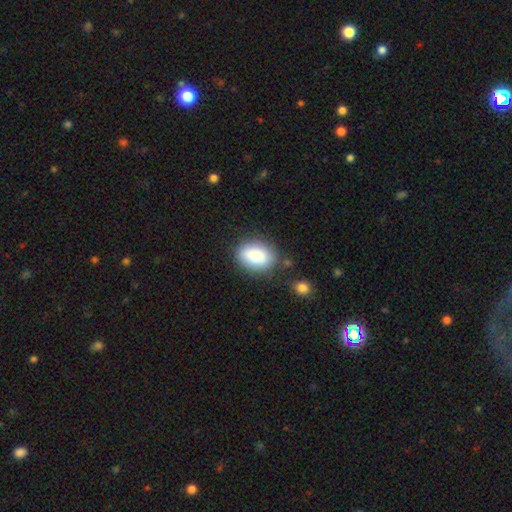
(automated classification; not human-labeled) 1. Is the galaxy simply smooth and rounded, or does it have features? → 87% smooth, 7% star or artifact, 6% featured or disk.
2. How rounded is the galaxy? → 80% in between, 19% round, 1% cigar-shaped.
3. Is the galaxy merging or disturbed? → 77% none, 14% minor disturbance, 5% major disturbance, 4% merger.